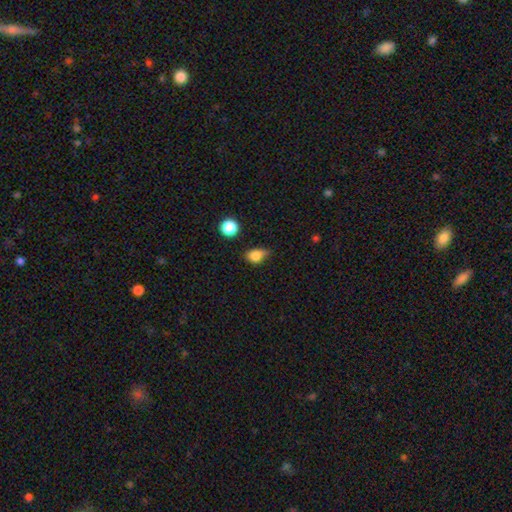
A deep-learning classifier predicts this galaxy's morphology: smooth_or_featured: smooth (p=0.80) [alt: star or artifact p=0.11]
how_rounded: in between (p=0.59) [alt: round p=0.37]
merging: minor disturbance (p=0.43) [alt: none p=0.39]